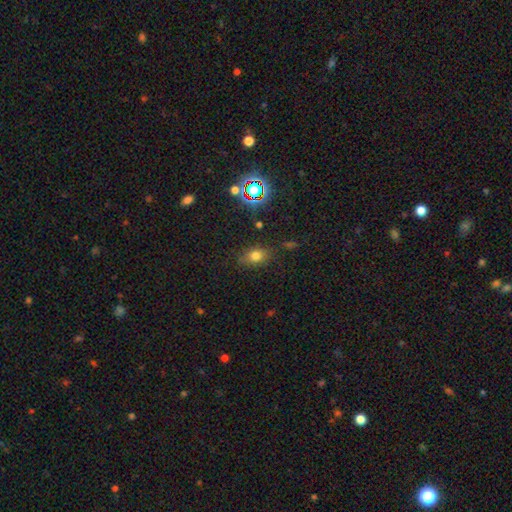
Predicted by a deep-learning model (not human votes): Smooth or featured? Predicted: smooth (p=0.71). How rounded? Predicted: in between (p=0.67). Merging? Predicted: none (p=0.78).